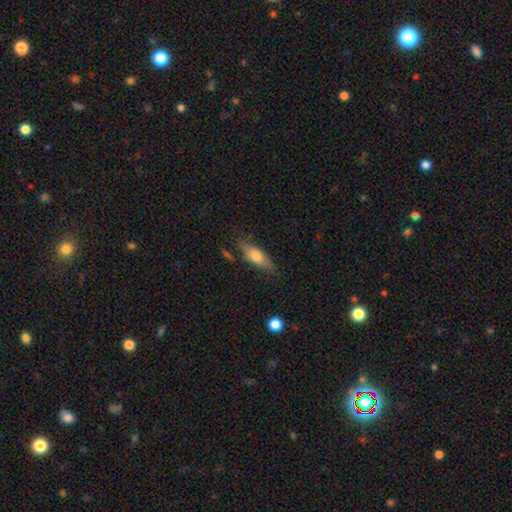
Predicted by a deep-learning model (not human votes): Overall: smooth (67%). How rounded: in between (65%; cigar-shaped 32%). Merging: none (74%).